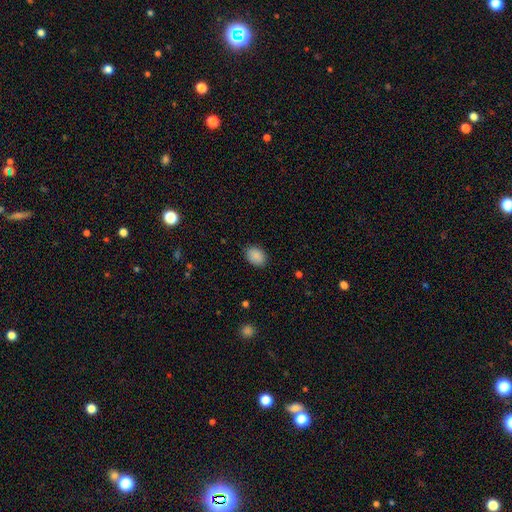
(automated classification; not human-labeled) A smooth galaxy with no disk features (89%) that is in between round and cigar-shaped (74%).

Vote fractions:
- Smooth or featured? smooth: 89% / star or artifact: 8% / featured or disk: 3%
- How rounded? in between: 74% / round: 25% / cigar-shaped: 1%
- Merging? none: 86% / minor disturbance: 11% / major disturbance: 3% / merger: 1%